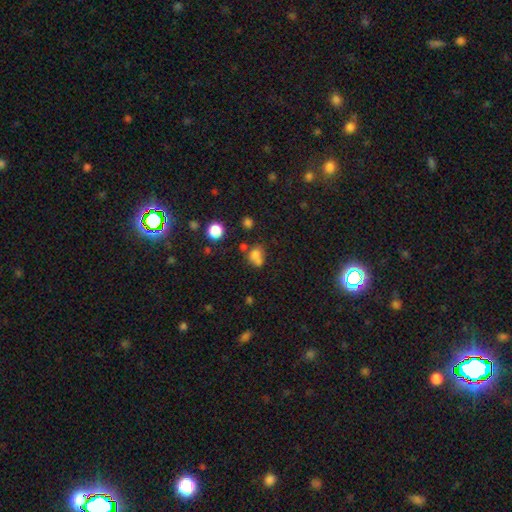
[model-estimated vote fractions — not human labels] smooth-or-featured: smooth: 71% | star or artifact: 16% | featured or disk: 14%
  how-rounded: round: 57% | in between: 42% | cigar-shaped: 1%
  merging: merger: 40% | none: 37% | minor disturbance: 15% | major disturbance: 8%